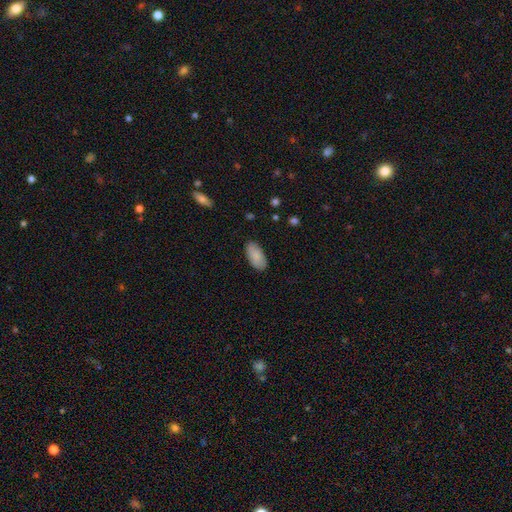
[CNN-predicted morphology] This is clearly a smooth galaxy (87%). How rounded: clearly in between (94%). Merging: clearly none (85%).